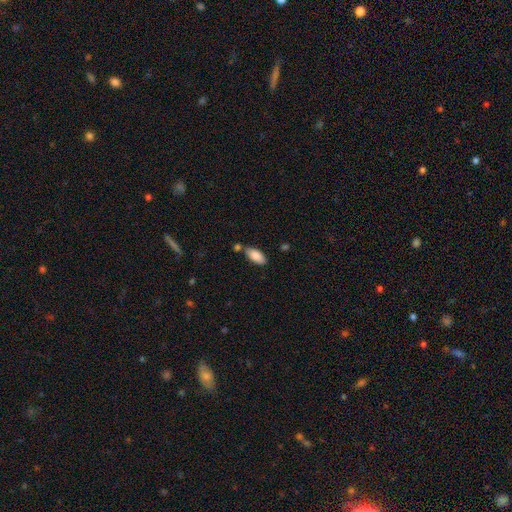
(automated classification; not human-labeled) smooth 86%, featured or disk 8%, star or artifact 6%. Down the decision tree: how rounded — in between (90%); merging — none (70%).